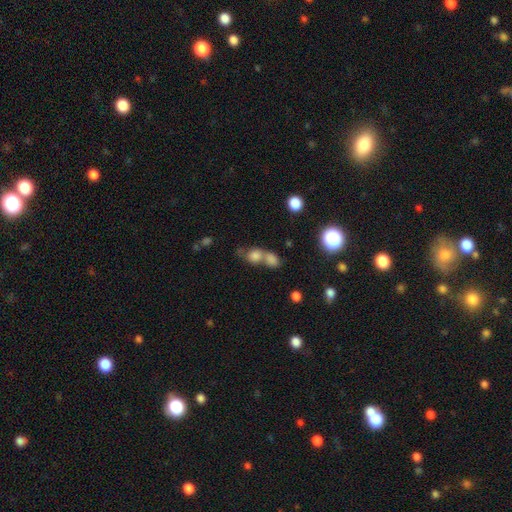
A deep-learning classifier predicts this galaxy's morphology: A smooth galaxy with no disk features (74%) that is round (56%).

Vote fractions:
- Smooth or featured? smooth: 74% / star or artifact: 14% / featured or disk: 12%
- How rounded? round: 56% / in between: 41% / cigar-shaped: 3%
- Merging? merger: 64% / none: 24% / minor disturbance: 7% / major disturbance: 5%